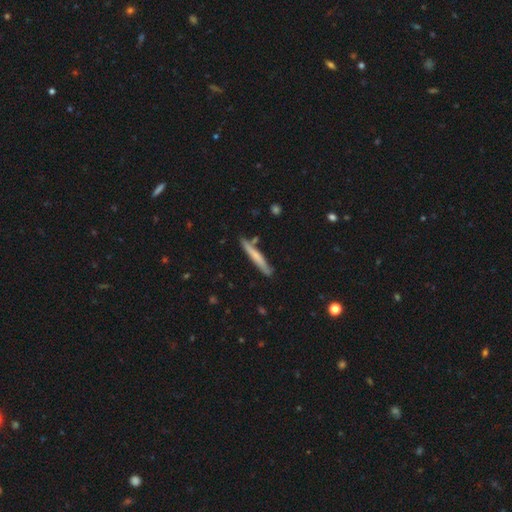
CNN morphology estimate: smooth 62%, featured or disk 33%, star or artifact 5%. Down the decision tree: how rounded — cigar-shaped (95%); merging — none (82%).